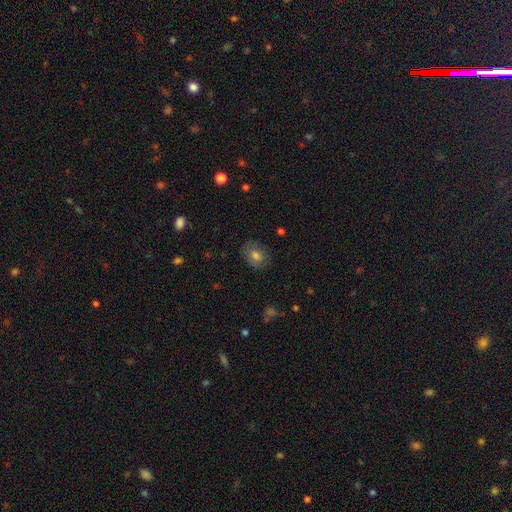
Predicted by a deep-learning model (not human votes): Q: Smooth or featured?
A: smooth (75%); runner-up: featured or disk (14%)
Q: How rounded?
A: in between (57%); runner-up: round (42%)
Q: Merging?
A: none (83%); runner-up: minor disturbance (13%)